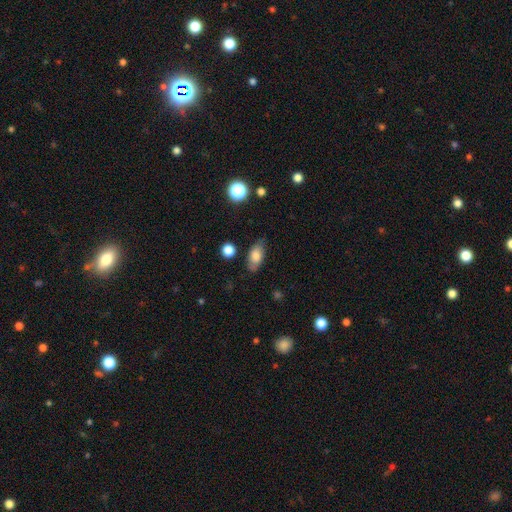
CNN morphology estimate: A smooth galaxy with no disk features (77%) that is in between round and cigar-shaped (87%).

Vote fractions:
- Smooth or featured? smooth: 77% / featured or disk: 15% / star or artifact: 8%
- How rounded? in between: 87% / cigar-shaped: 7% / round: 6%
- Merging? none: 78% / minor disturbance: 16% / major disturbance: 4% / merger: 2%